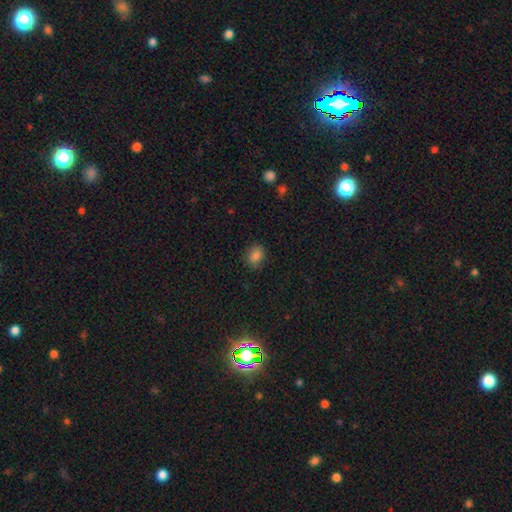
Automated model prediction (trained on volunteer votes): Overall: smooth (84%). How rounded: in between (60%; round 38%). Merging: none (82%).